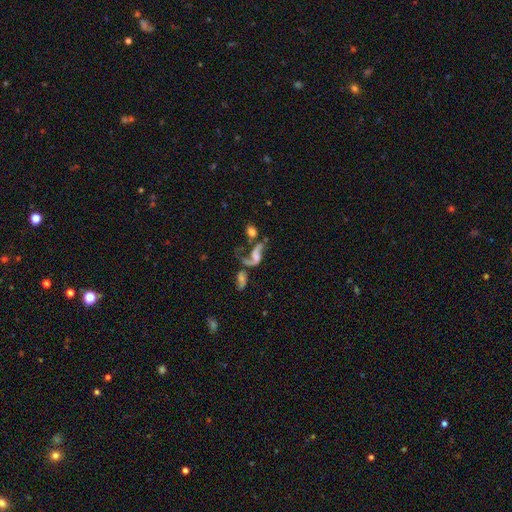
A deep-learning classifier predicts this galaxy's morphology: Smooth or featured? Predicted: featured or disk (p=0.69). Edge-on disk? Predicted: no (p=0.94). Bar? Predicted: no (p=0.56). Spiral arms? Predicted: yes (p=0.82). Spiral winding? Predicted: loose (p=0.82). Spiral arm count? Predicted: 2 (p=0.78). Bulge size? Predicted: none (p=0.39). Merging? Predicted: merger (p=0.36).